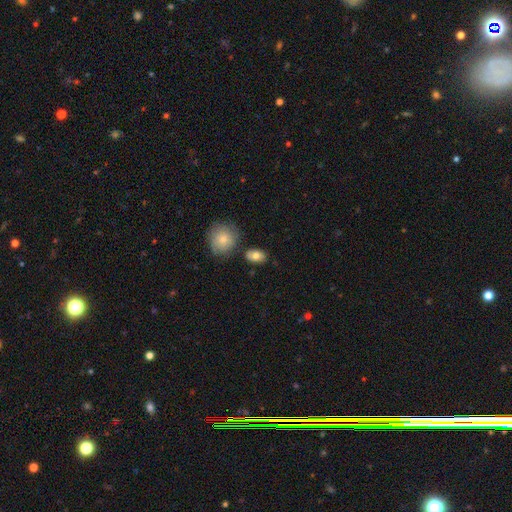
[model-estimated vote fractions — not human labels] The model was most divided on "merging": none: 73%, minor disturbance: 14%, merger: 9%, major disturbance: 4%. More confident: how rounded — in between (79%); smooth or featured — smooth (76%).